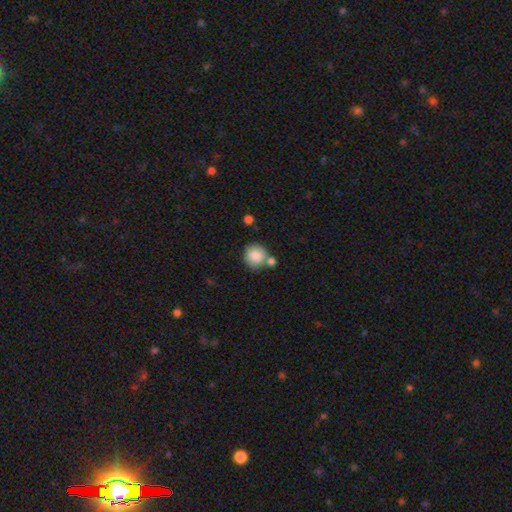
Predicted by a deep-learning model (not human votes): smooth-or-featured: smooth: 85% | star or artifact: 8% | featured or disk: 7%
  how-rounded: round: 89% | in between: 10% | cigar-shaped: 1%
  merging: none: 64% | merger: 21% | minor disturbance: 12% | major disturbance: 4%